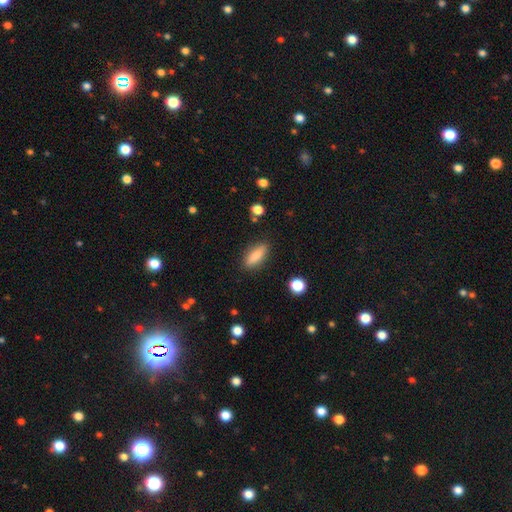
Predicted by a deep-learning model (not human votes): smooth 85%, featured or disk 8%, star or artifact 7%. Down the decision tree: how rounded — in between (65%); merging — none (87%).